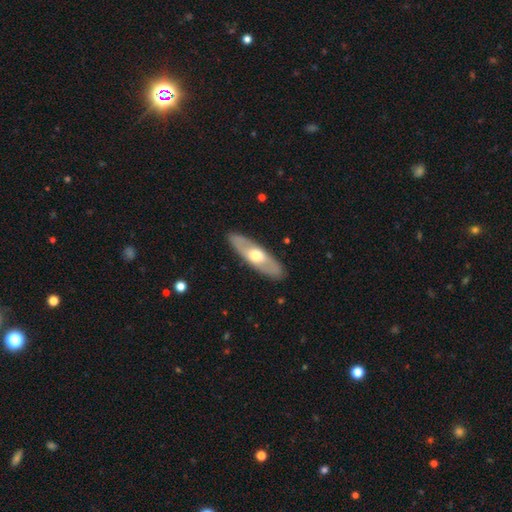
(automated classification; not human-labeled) Smooth or featured?
  - featured or disk: 56% *
  - smooth: 40%
  - star or artifact: 4%
Edge-on disk?
  - no: 63% *
  - yes: 37%
Merging?
  - none: 89% *
  - minor disturbance: 8%
  - major disturbance: 2%
  - merger: 1%